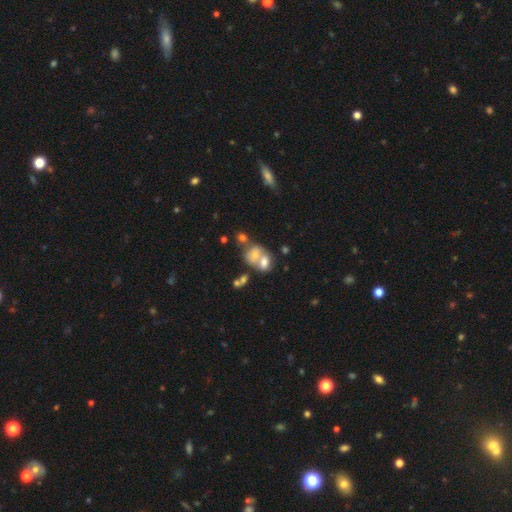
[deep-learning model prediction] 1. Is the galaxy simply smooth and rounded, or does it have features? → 60% smooth, 27% featured or disk, 12% star or artifact.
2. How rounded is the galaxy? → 60% in between, 39% round, 1% cigar-shaped.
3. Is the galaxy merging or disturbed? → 64% merger, 22% none, 8% minor disturbance, 5% major disturbance.